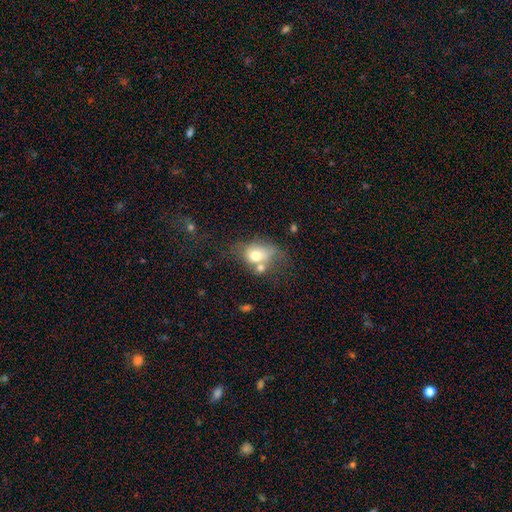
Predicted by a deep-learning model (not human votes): smooth_or_featured: smooth (p=0.67) [alt: featured or disk p=0.23]
how_rounded: in between (p=0.61) [alt: round p=0.37]
merging: merger (p=0.39) [alt: none p=0.25]